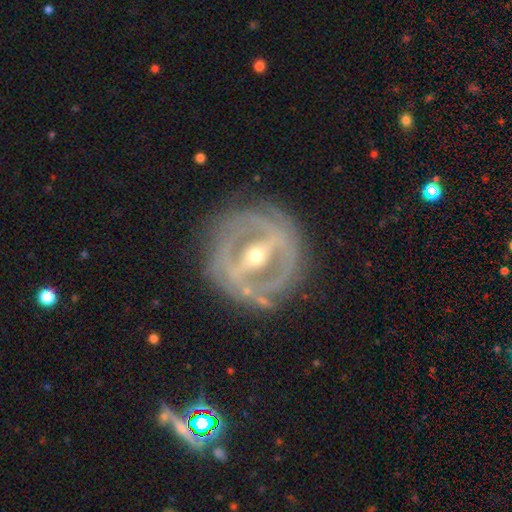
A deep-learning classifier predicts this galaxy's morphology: Smooth or featured? featured or disk (86%)
Edge-on disk? no (90%)
Bar? strong (73%)
Spiral arms? yes (60%)
Bulge size? moderate (53%)
Merging? none (79%)